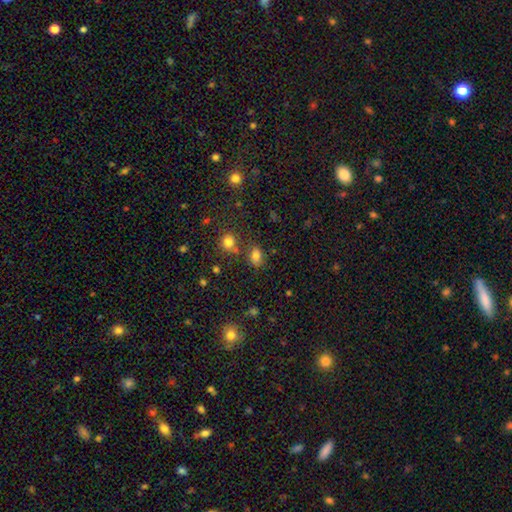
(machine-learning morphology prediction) Smooth or featured: smooth — 77% (star or artifact — 15%)
How rounded: in between — 75% (round — 22%)
Merging: none — 69% (minor disturbance — 15%)